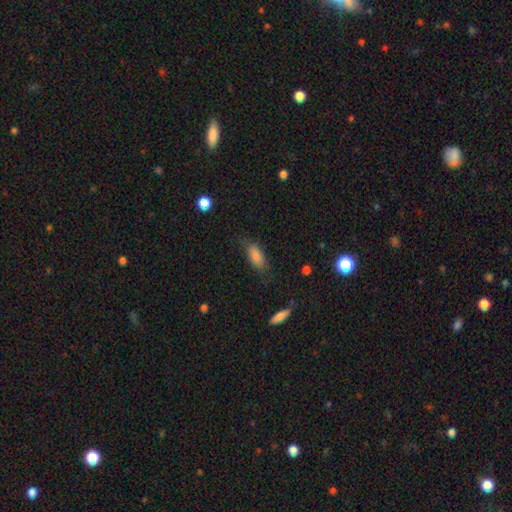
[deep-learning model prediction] smooth_or_featured: smooth (p=0.79) [alt: featured or disk p=0.12]
how_rounded: in between (p=0.75) [alt: cigar-shaped p=0.22]
merging: none (p=0.72) [alt: minor disturbance p=0.20]